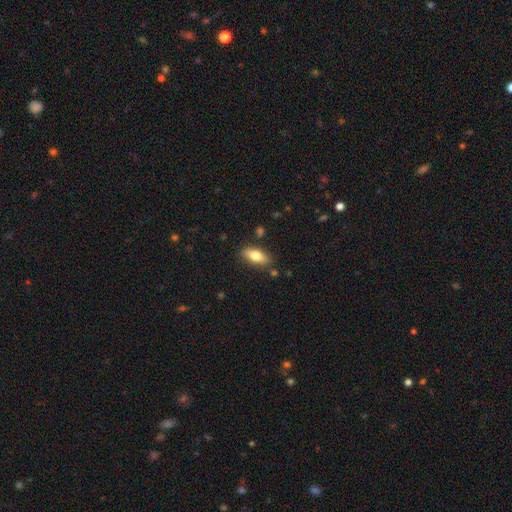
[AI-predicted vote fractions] Smooth or featured: smooth — 75% (featured or disk — 18%)
How rounded: in between — 80% (cigar-shaped — 17%)
Merging: none — 83% (minor disturbance — 12%)